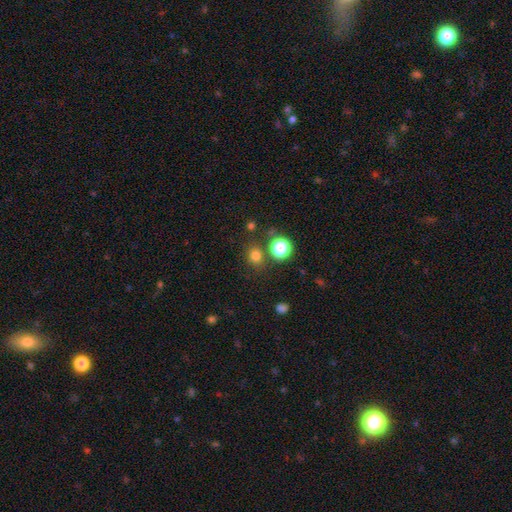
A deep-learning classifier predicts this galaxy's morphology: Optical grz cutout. It shows a smooth galaxy with no disk features (75%) that is round (75%). Merging: none (79%).